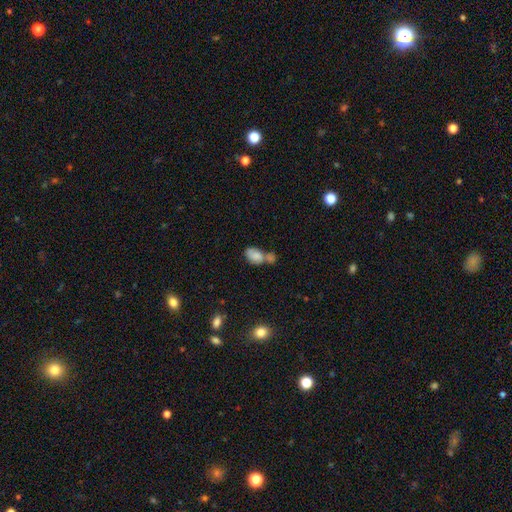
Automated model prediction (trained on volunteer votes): Overall: smooth (80%). How rounded: in between (88%). Merging: merger (55%; none 26%).